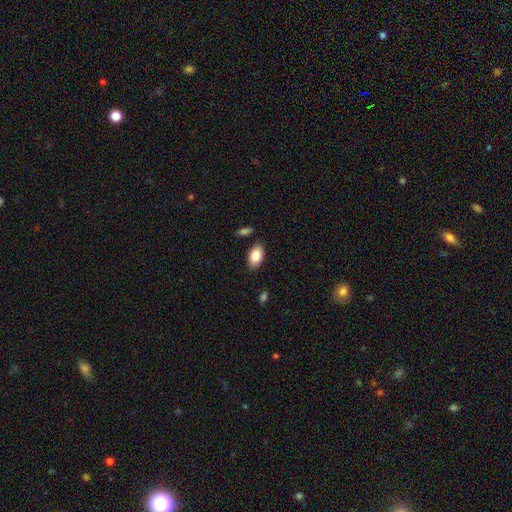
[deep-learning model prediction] A smooth galaxy with no disk features (85%) that is in between round and cigar-shaped (93%). Merging: none (84%).